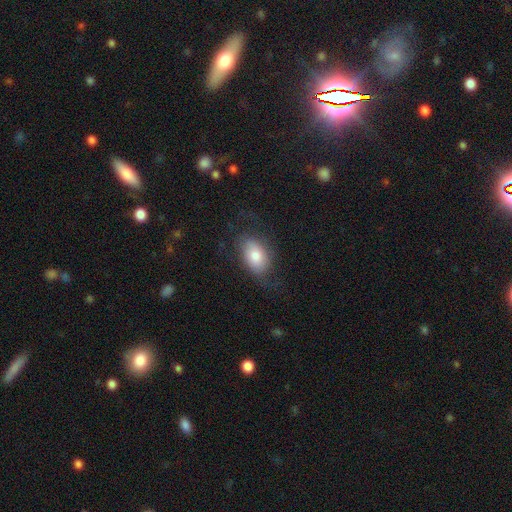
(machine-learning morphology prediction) smooth 71%, featured or disk 22%, star or artifact 7%. Down the decision tree: how rounded — in between (88%); merging — none (63%).